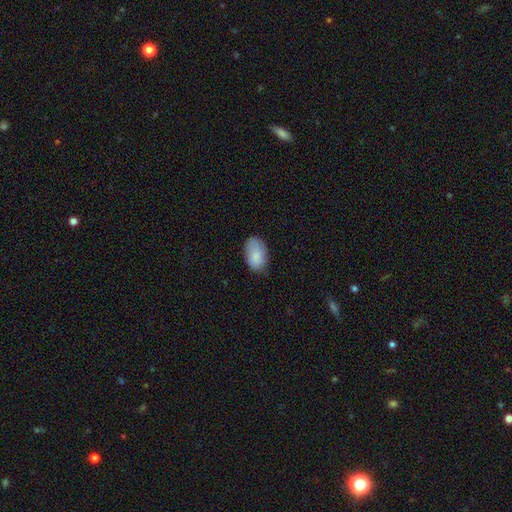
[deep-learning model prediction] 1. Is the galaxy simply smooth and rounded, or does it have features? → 86% smooth, 8% featured or disk, 6% star or artifact.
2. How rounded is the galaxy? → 93% in between, 6% round, 1% cigar-shaped.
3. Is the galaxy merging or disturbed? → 76% none, 19% minor disturbance, 4% major disturbance, 1% merger.